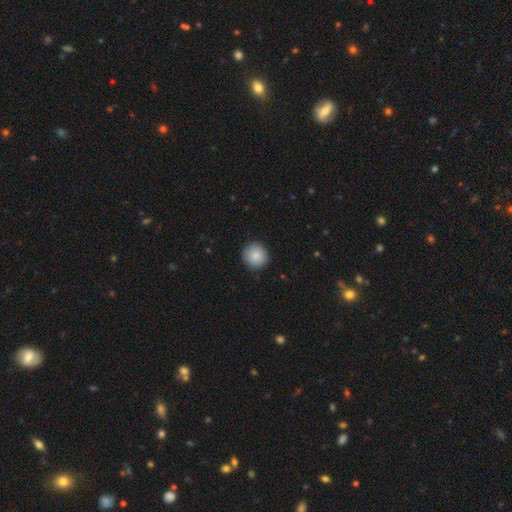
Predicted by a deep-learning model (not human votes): The model was most divided on "smooth or featured": smooth: 88%, star or artifact: 7%, featured or disk: 5%. More confident: how rounded — round (94%); merging — none (90%).